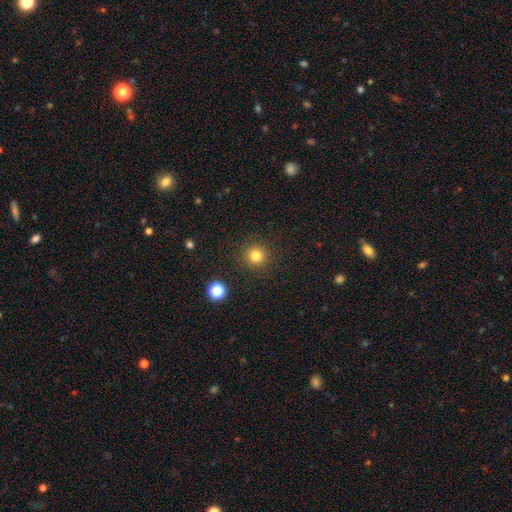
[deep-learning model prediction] The model was most divided on "smooth or featured": smooth: 81%, star or artifact: 13%, featured or disk: 6%. More confident: how rounded — round (95%); merging — none (90%).